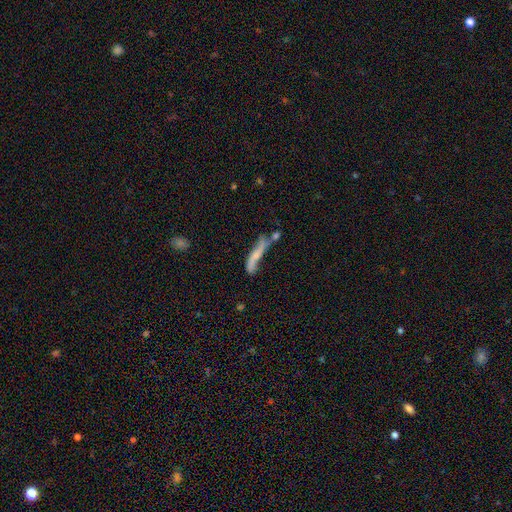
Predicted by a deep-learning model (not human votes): Morphology: type=smooth (46%, tied with featured or disk); merging=none (39%).